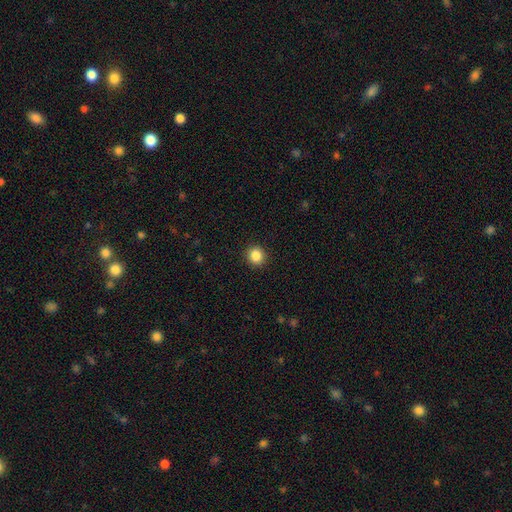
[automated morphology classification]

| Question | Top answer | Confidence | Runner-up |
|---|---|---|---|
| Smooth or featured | smooth | 86% | star or artifact (10%) |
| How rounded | round | 89% | in between (10%) |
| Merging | none | 92% | minor disturbance (5%) |